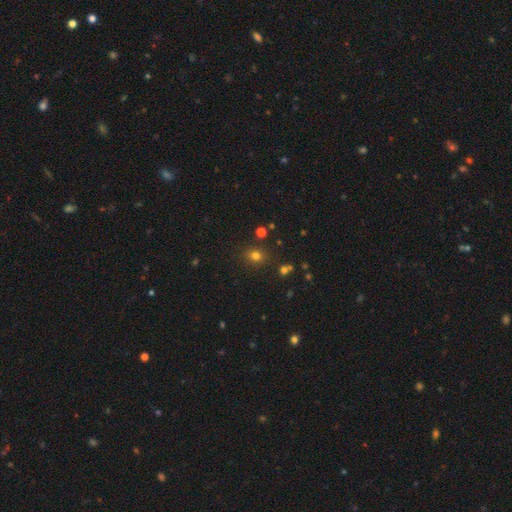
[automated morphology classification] type=smooth (72%); roundness=round (67%); merging=none (83%).